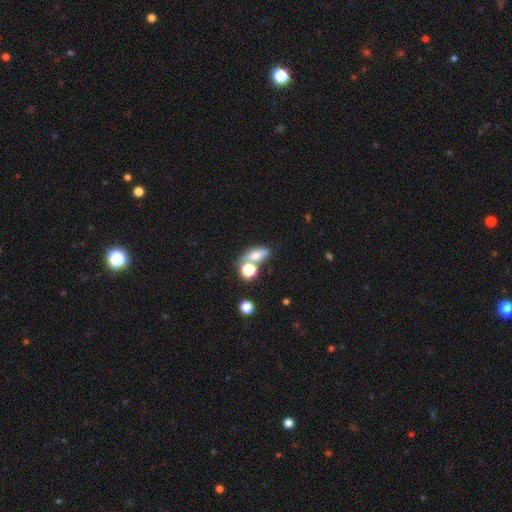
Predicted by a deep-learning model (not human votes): Smooth or featured?
  - smooth: 68% *
  - star or artifact: 16%
  - featured or disk: 16%
How rounded?
  - in between: 66% *
  - round: 21%
  - cigar-shaped: 13%
Merging?
  - none: 48% *
  - merger: 30%
  - minor disturbance: 14%
  - major disturbance: 7%